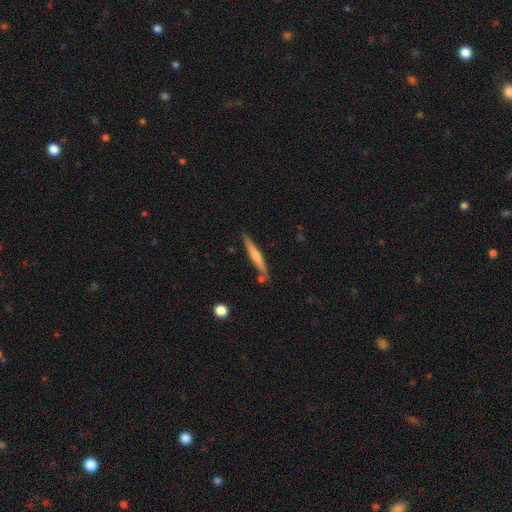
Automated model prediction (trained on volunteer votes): A smooth galaxy with no disk features (52%) that is cigar-shaped (95%). Merging: none (82%).